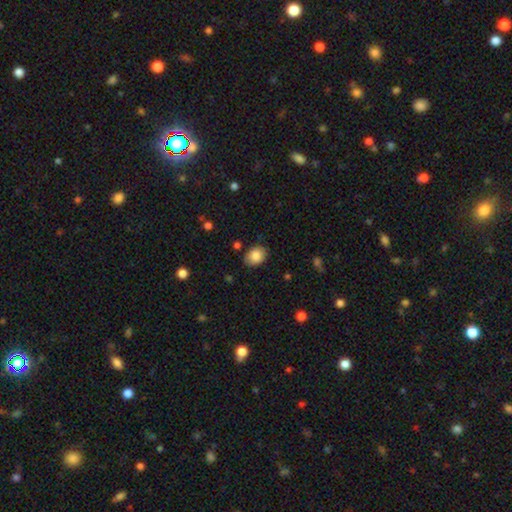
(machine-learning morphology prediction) Smooth or featured?
  - smooth: 86% *
  - star or artifact: 8%
  - featured or disk: 6%
How rounded?
  - in between: 63% *
  - round: 36%
  - cigar-shaped: 1%
Merging?
  - none: 84% *
  - minor disturbance: 12%
  - major disturbance: 3%
  - merger: 2%